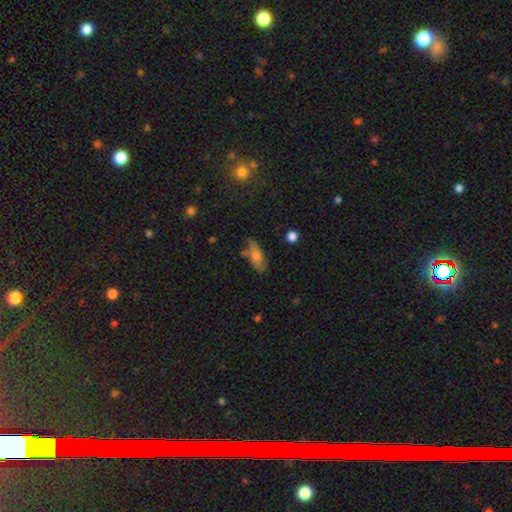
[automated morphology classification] This is likely a smooth galaxy (63%). How rounded: likely in between (77%). Merging: possibly none (57%).